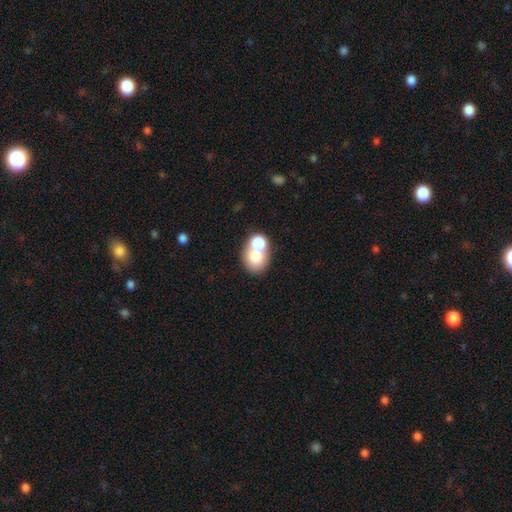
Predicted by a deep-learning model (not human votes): This is likely a smooth galaxy (71%). How rounded: possibly round (58%). Merging: possibly merger (56%).